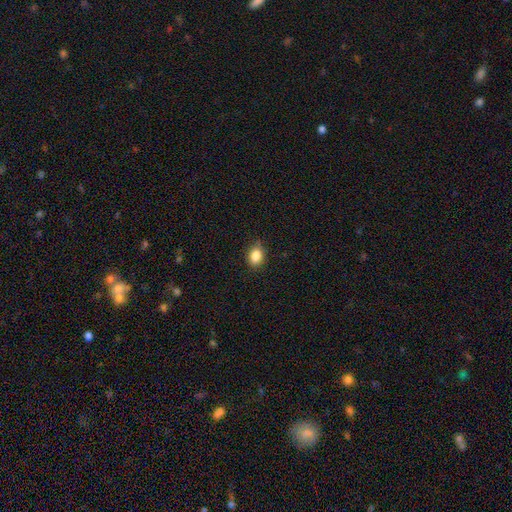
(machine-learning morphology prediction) smooth-or-featured: smooth: 86% | star or artifact: 9% | featured or disk: 5%
  how-rounded: in between: 71% | round: 28% | cigar-shaped: 1%
  merging: none: 79% | minor disturbance: 17% | major disturbance: 3% | merger: 1%